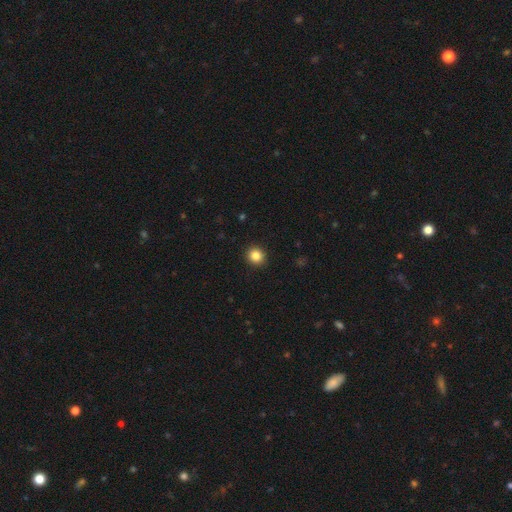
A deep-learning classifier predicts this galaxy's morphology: Smooth or featured?
  - smooth: 85% *
  - star or artifact: 11%
  - featured or disk: 4%
How rounded?
  - round: 90% *
  - in between: 10%
  - cigar-shaped: 1%
Merging?
  - none: 93% *
  - minor disturbance: 5%
  - major disturbance: 2%
  - merger: 1%